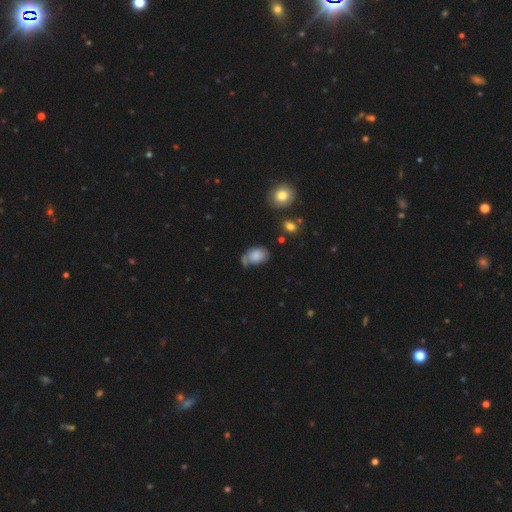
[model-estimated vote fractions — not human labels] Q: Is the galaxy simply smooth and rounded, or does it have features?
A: smooth — 70%.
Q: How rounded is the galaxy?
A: in between — 82%.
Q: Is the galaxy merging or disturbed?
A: none — 42%.